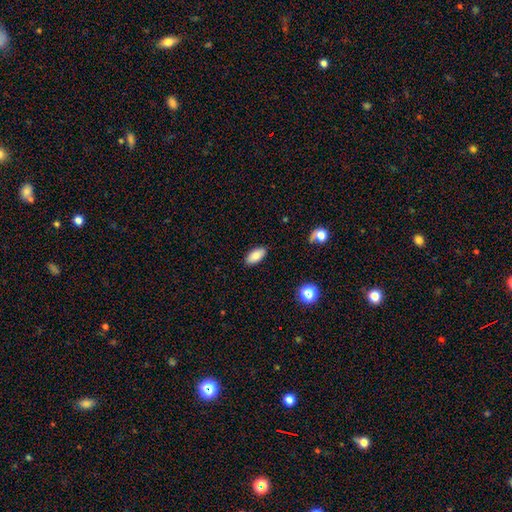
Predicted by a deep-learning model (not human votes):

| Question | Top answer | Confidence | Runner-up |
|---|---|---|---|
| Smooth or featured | smooth | 85% | star or artifact (8%) |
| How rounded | in between | 92% | cigar-shaped (6%) |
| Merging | none | 88% | minor disturbance (9%) |